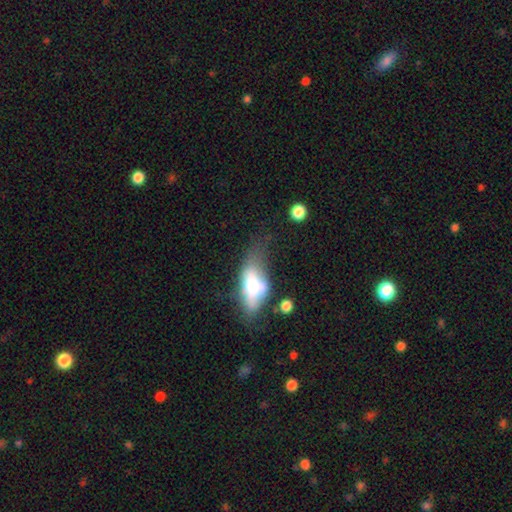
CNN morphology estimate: smooth-or-featured: smooth: 51% | featured or disk: 40% | star or artifact: 9%
  how-rounded: in between: 78% | cigar-shaped: 17% | round: 5%
  merging: major disturbance: 30% (tied) | none: 30% (tied) | minor disturbance: 29% | merger: 11%